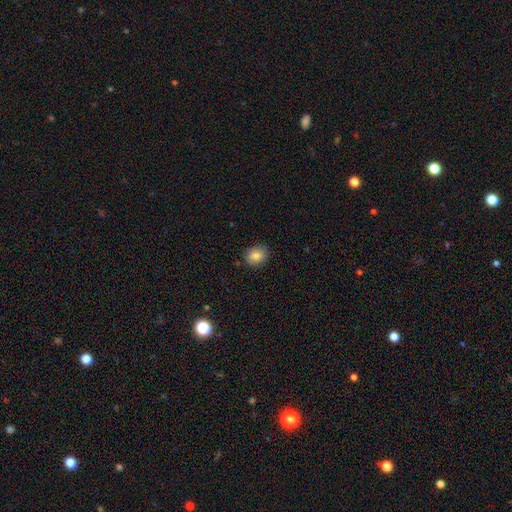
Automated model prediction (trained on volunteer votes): smooth 84%, star or artifact 10%, featured or disk 7%. Down the decision tree: how rounded — round (58%); merging — none (85%).